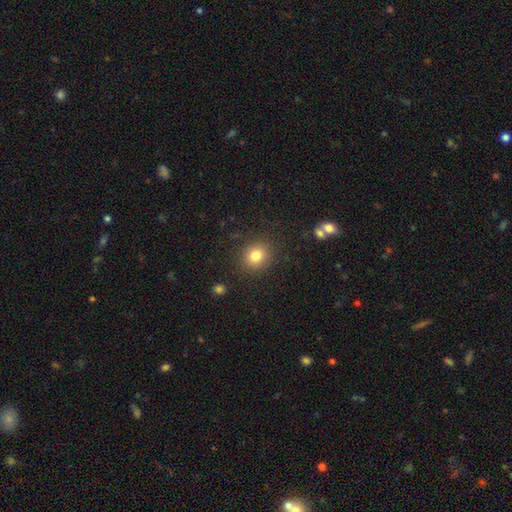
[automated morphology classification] This is clearly a smooth galaxy (81%). How rounded: likely round (79%). Merging: clearly none (87%).